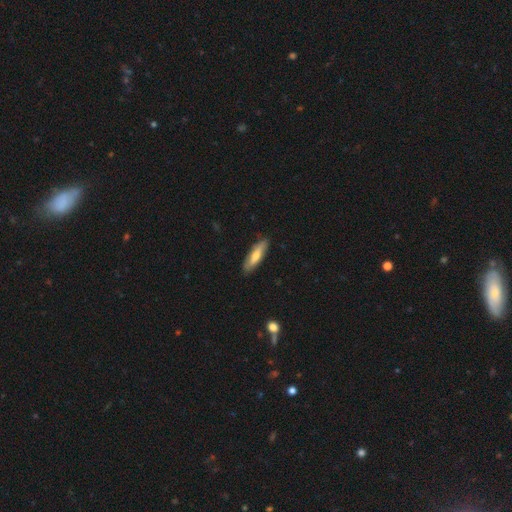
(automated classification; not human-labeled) A smooth galaxy with no disk features (65%) that is cigar-shaped (62%).

Vote fractions:
- Smooth or featured? smooth: 65% / featured or disk: 29% / star or artifact: 6%
- How rounded? cigar-shaped: 62% / in between: 36% / round: 2%
- Merging? none: 86% / minor disturbance: 11% / major disturbance: 2% / merger: 1%